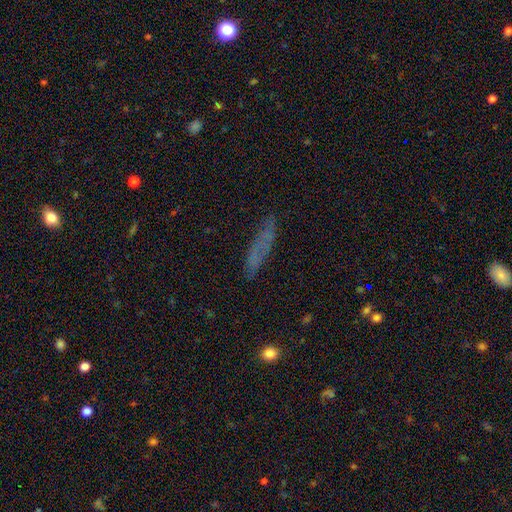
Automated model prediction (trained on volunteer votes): A smooth galaxy with no disk features (57%) that is cigar-shaped (71%). Merging: none (69%).